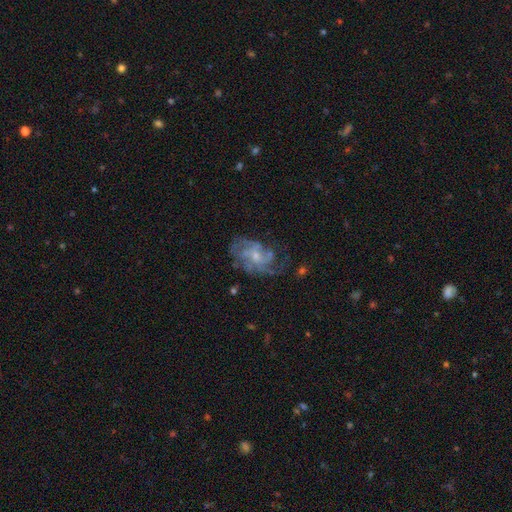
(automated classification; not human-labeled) The model was most divided on "spiral winding": medium: 42%, tight: 36%, loose: 23%. Remaining: edge-on disk — no (97%); spiral arms — yes (83%); smooth or featured — featured or disk (78%); bar — no (71%); bulge size — small (64%); merging — none (55%); spiral arm count — can't tell (40%).